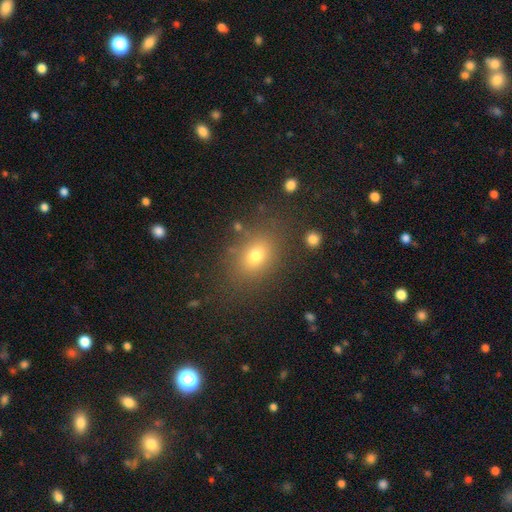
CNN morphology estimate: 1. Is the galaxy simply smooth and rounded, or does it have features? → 73% smooth, 15% star or artifact, 11% featured or disk.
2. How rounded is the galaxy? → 66% in between, 33% round, 2% cigar-shaped.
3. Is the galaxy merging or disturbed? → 81% none, 11% minor disturbance, 5% major disturbance, 3% merger.